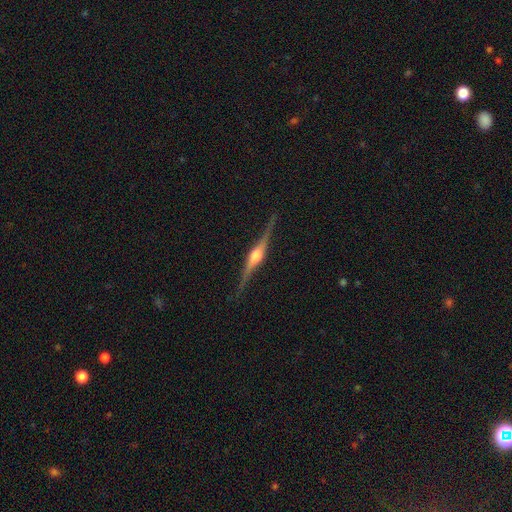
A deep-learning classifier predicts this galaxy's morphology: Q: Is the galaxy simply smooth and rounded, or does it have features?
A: featured or disk — 86%.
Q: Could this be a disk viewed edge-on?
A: yes — 98%.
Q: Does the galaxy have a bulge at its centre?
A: rounded — 91%.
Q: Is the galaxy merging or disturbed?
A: none — 88%.